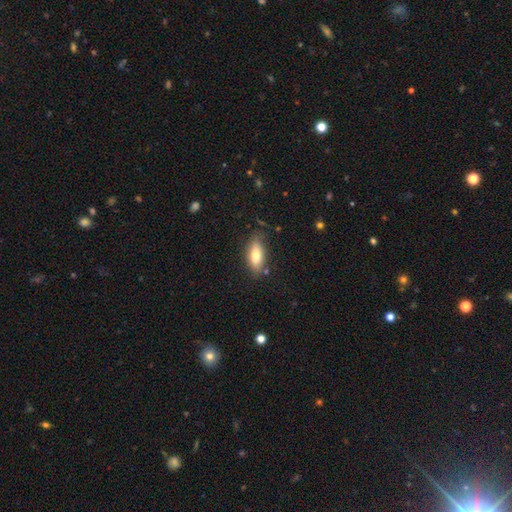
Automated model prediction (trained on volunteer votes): smooth 73%, featured or disk 20%, star or artifact 7%. Down the decision tree: how rounded — in between (80%); merging — none (77%).